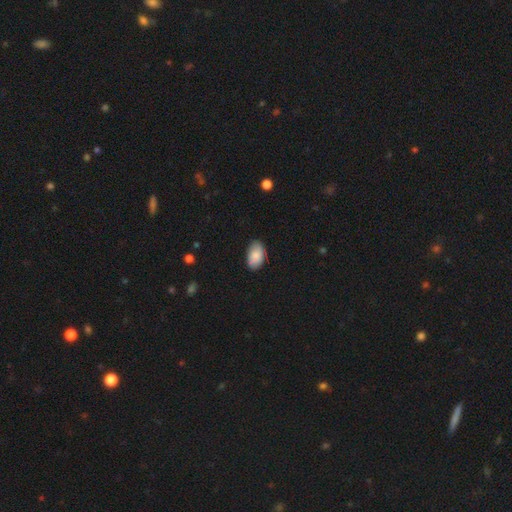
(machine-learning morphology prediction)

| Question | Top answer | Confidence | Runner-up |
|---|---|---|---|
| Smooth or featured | smooth | 85% | featured or disk (9%) |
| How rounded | in between | 94% | round (5%) |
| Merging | none | 80% | minor disturbance (16%) |